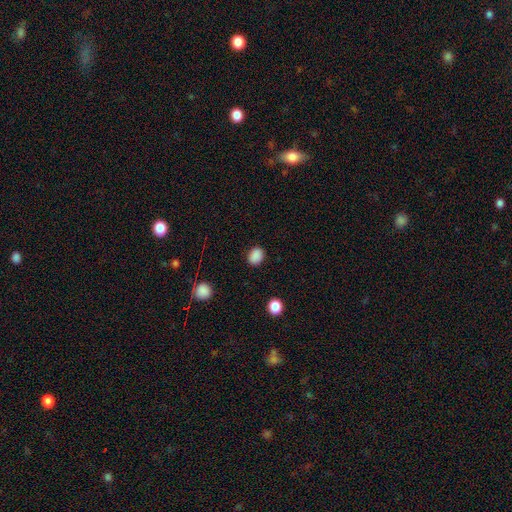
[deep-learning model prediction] Smooth or featured: smooth — 87% (star or artifact — 10%)
How rounded: in between — 51% (round — 48%)
Merging: none — 88% (minor disturbance — 8%)